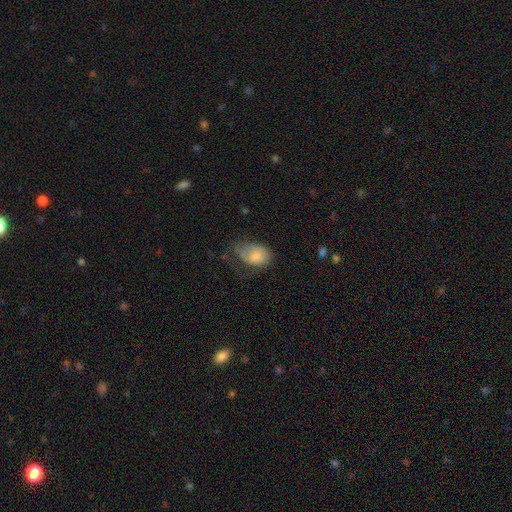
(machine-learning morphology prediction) Smooth or featured: smooth — 71% (featured or disk — 22%)
How rounded: in between — 85% (round — 14%)
Merging: major disturbance — 34% (minor disturbance — 33%)